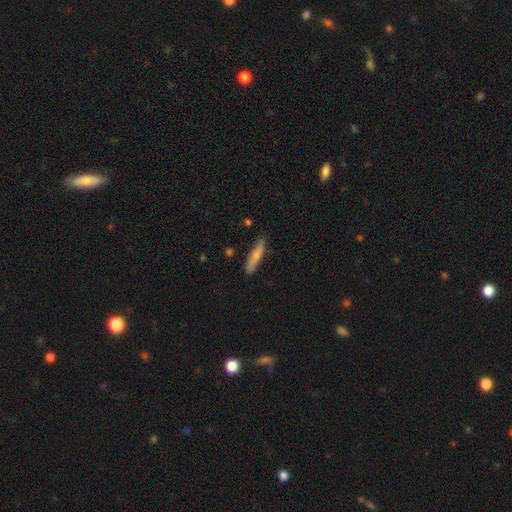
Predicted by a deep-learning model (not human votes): smooth_or_featured: smooth (p=0.78) [alt: featured or disk p=0.16]
how_rounded: cigar-shaped (p=0.86) [alt: in between p=0.13]
merging: none (p=0.80) [alt: minor disturbance p=0.15]